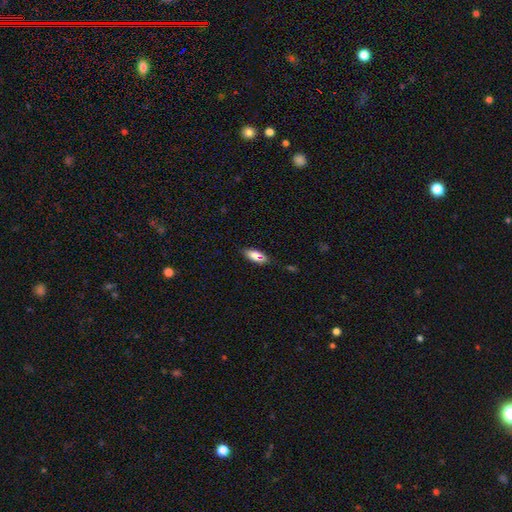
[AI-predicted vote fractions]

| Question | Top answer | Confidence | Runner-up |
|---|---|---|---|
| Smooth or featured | smooth | 72% | featured or disk (17%) |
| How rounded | in between | 80% | cigar-shaped (17%) |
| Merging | none | 78% | minor disturbance (16%) |